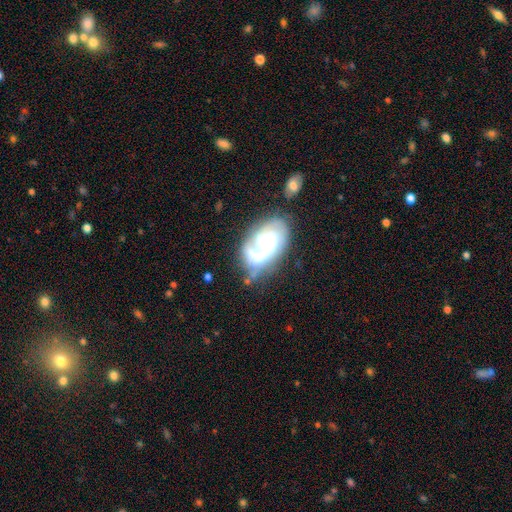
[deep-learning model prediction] Overall: featured or disk (81%). Edge-on disk: no (97%). Bar: no (60%; weak 32%). Spiral arms: yes (94%). Spiral arm count: 2 (44%; 1 29%). Spiral winding: medium (44%; tight 36%). Bulge size: moderate (50%; large 28%). Merging: none (52%; minor disturbance 24%).